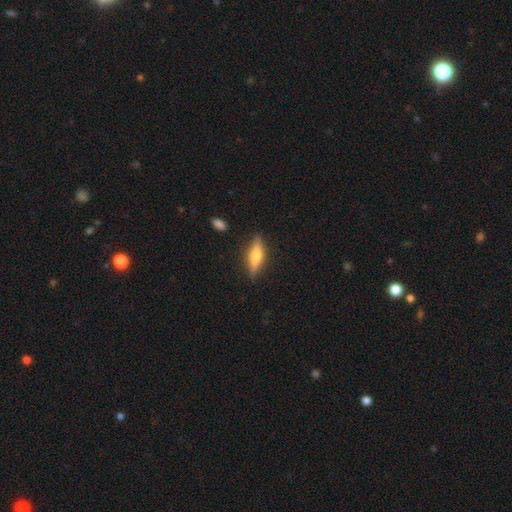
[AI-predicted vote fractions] This is possibly a smooth galaxy (55%). How rounded: likely cigar-shaped (62%). Merging: clearly none (84%).